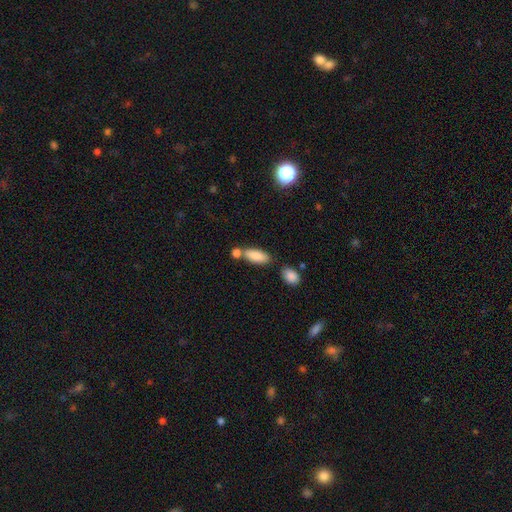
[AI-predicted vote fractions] This appears to be a smooth galaxy with no disk features (85%) that is in between round and cigar-shaped (78%). Merging: none (59%).